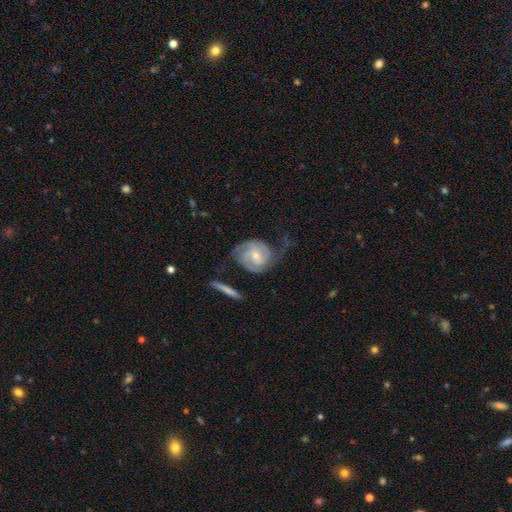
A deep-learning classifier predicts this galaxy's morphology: Smooth or featured? featured or disk (87%)
Edge-on disk? no (97%)
Bar? no (47%)
Spiral arms? yes (97%)
Spiral winding? tight (53%)
Spiral arm count? 2 (60%)
Bulge size? small (57%)
Merging? none (54%)